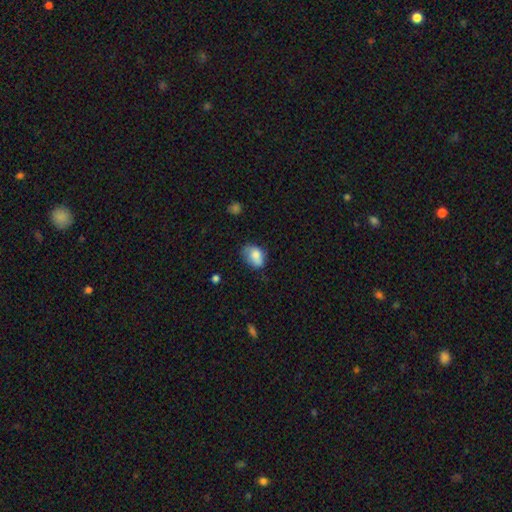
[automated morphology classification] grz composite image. It shows a smooth galaxy with no disk features (77%) that is in between round and cigar-shaped (73%). Merging: none (49%).